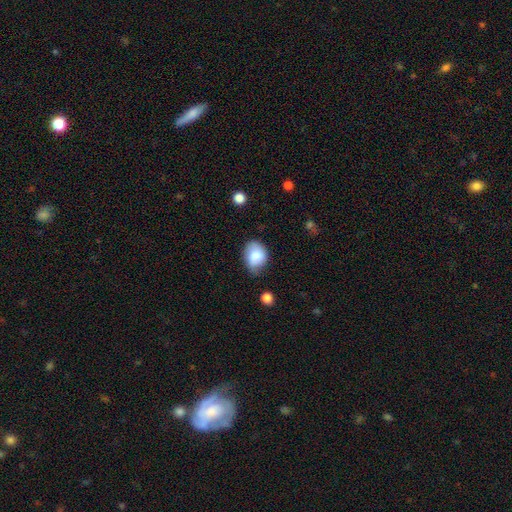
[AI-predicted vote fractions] smooth 79%, featured or disk 14%, star or artifact 8%. Down the decision tree: how rounded — in between (64%); merging — none (57%).